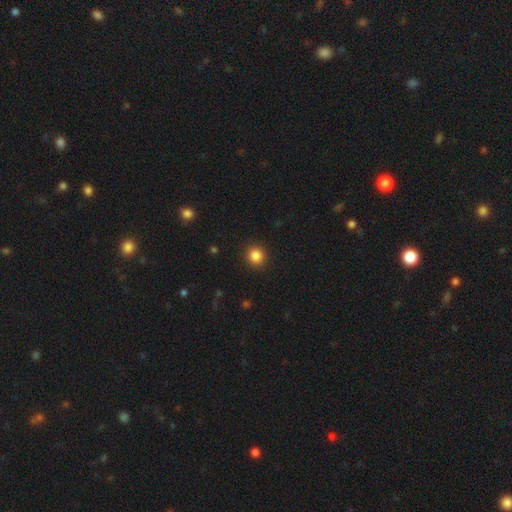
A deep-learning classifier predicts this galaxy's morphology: smooth-or-featured: smooth: 85% | star or artifact: 11% | featured or disk: 4%
  how-rounded: round: 91% | in between: 8% | cigar-shaped: 1%
  merging: none: 92% | minor disturbance: 5% | major disturbance: 2% | merger: 1%